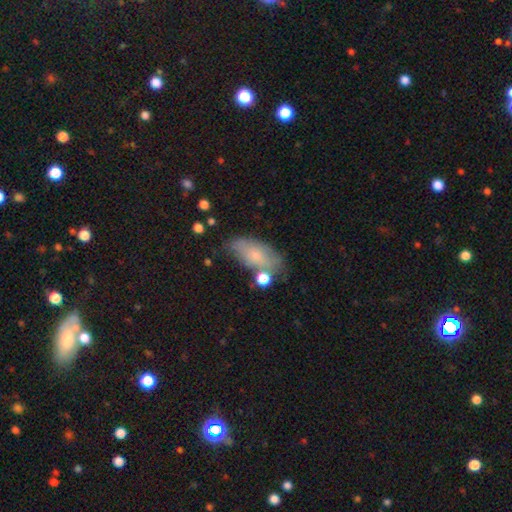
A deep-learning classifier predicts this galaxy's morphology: This appears to be a smooth galaxy with no disk features (65%) that is in between round and cigar-shaped (89%). Merging: none (54%).